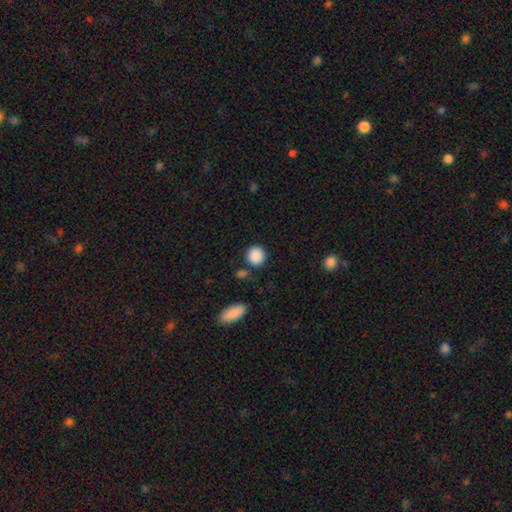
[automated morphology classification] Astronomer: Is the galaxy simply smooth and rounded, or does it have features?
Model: smooth — 89%.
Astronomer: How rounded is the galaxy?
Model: round — 89%.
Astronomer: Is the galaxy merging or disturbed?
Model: none — 84%.